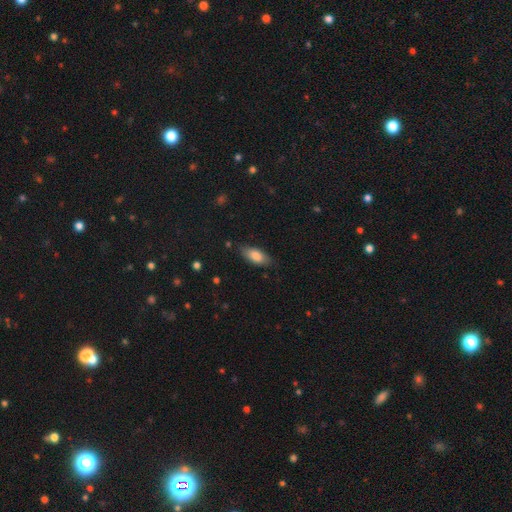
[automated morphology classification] Q: Smooth or featured?
A: smooth (82%); runner-up: featured or disk (11%)
Q: How rounded?
A: in between (84%); runner-up: cigar-shaped (14%)
Q: Merging?
A: none (80%); runner-up: minor disturbance (16%)